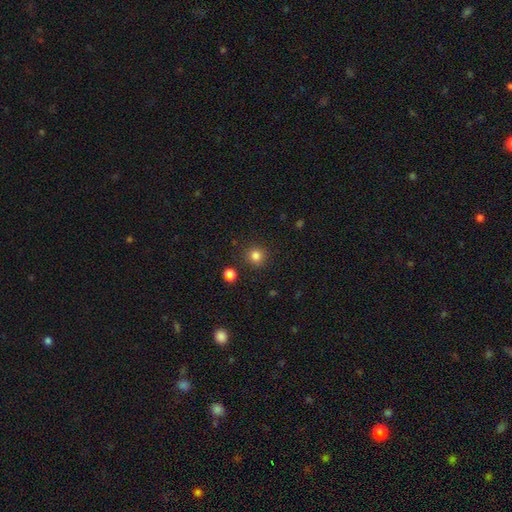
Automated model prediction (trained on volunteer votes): The model was most divided on "smooth or featured": smooth: 82%, star or artifact: 13%, featured or disk: 5%. More confident: how rounded — round (92%); merging — none (88%).